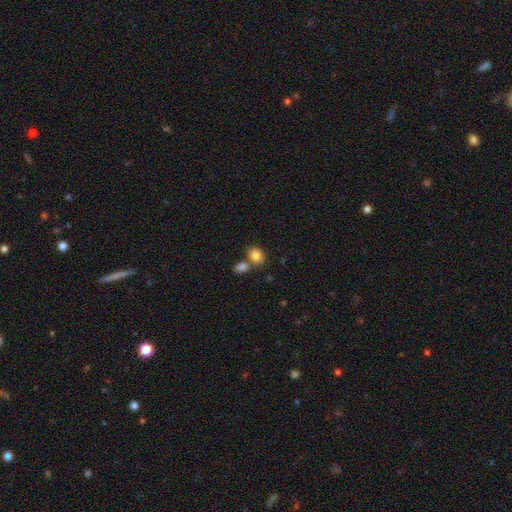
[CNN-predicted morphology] Smooth or featured? smooth (84%)
How rounded? round (54%)
Merging? none (53%)